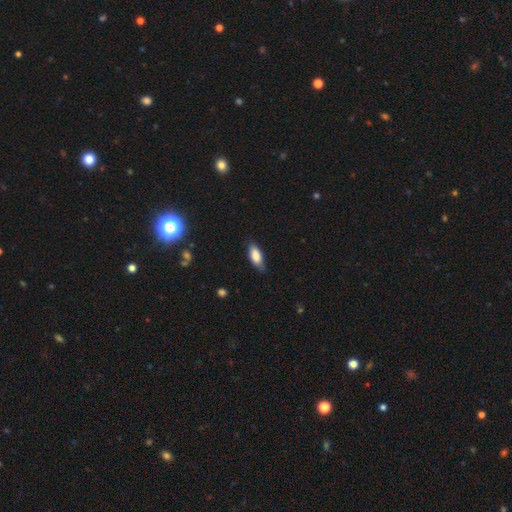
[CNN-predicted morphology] Smooth or featured? Predicted: smooth (p=0.82). How rounded? Predicted: in between (p=0.79). Merging? Predicted: none (p=0.72).